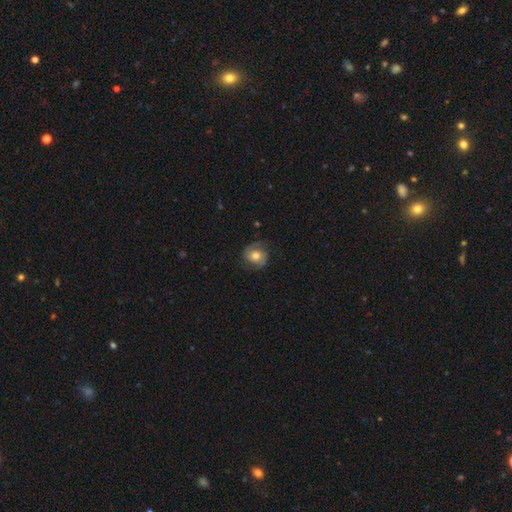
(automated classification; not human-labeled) A smooth galaxy with no disk features (47%). Merging: none (70%).